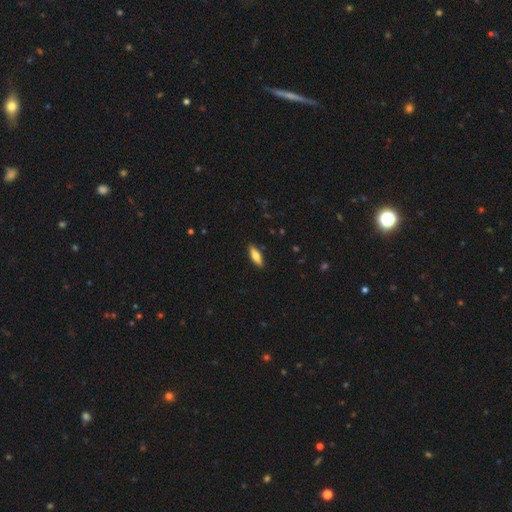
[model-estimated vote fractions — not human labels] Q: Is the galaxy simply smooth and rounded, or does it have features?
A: smooth — 74%.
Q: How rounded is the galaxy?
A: in between — 59%.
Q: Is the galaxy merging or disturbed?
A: none — 89%.